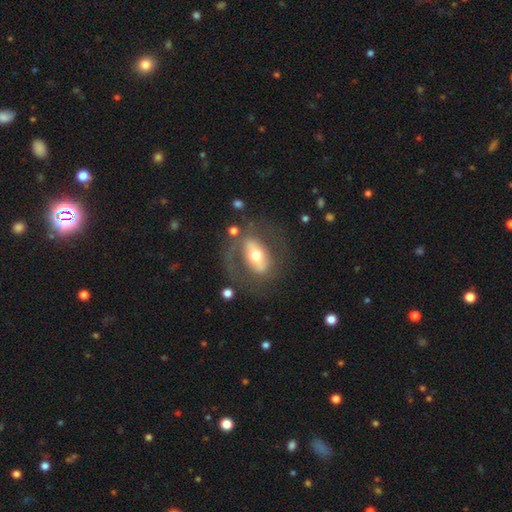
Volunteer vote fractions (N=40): Smooth or featured: featured or disk — 57% (smooth — 40%)
Edge-on disk: no — 91% (yes — 9%)
Bar: strong — 38% (no — 33%)
Spiral arms: yes — 57% (no — 43%)
Spiral winding: medium — 50% (tight — 25%)
Spiral arm count: 2 — 67% (1 — 17%)
Bulge size: moderate — 71% (small — 14%)
Merging: none — 56% (major disturbance — 23%)